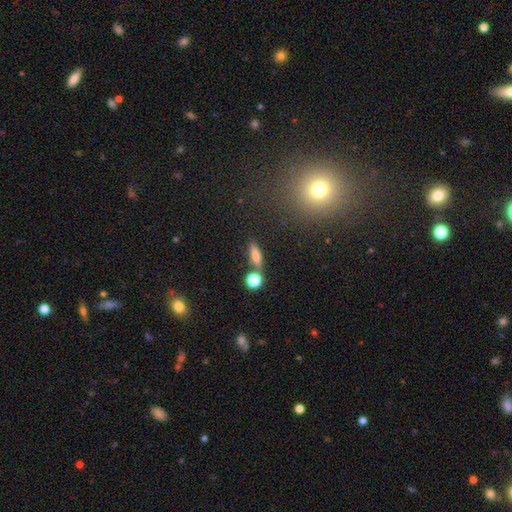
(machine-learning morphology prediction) smooth_or_featured: smooth (p=0.72) [alt: featured or disk p=0.16]
how_rounded: cigar-shaped (p=0.51) [alt: in between p=0.35]
merging: none (p=0.68) [alt: merger p=0.15]